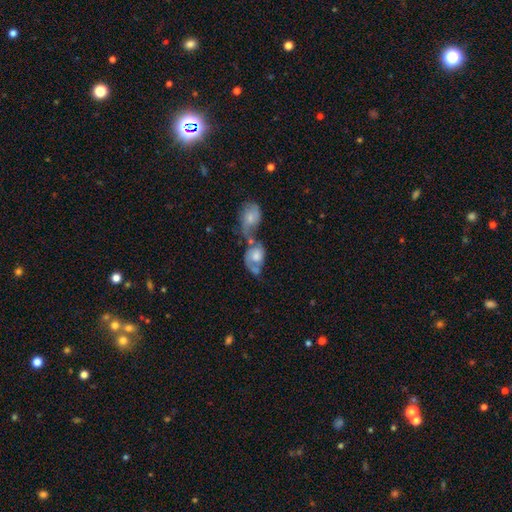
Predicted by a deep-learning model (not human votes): Smooth or featured: smooth — 48% (featured or disk — 45%)
Merging: merger — 66% (none — 13%)